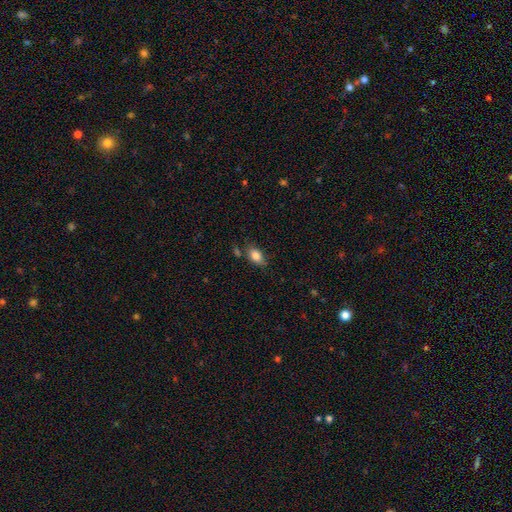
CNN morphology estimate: A smooth galaxy with no disk features (82%) that is in between round and cigar-shaped (85%). Merging: none (72%).